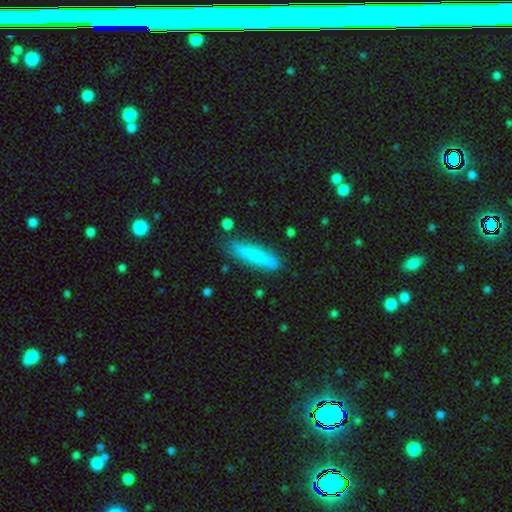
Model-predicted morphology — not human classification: Smooth or featured? Predicted: smooth (p=0.79). How rounded? Predicted: cigar-shaped (p=0.87). Merging? Predicted: none (p=0.81).